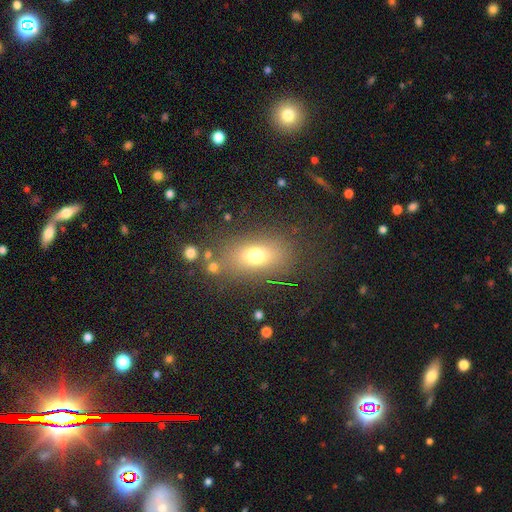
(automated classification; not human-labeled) This appears to be a smooth galaxy with no disk features (71%) that is in between round and cigar-shaped (76%). Merging: none (77%).